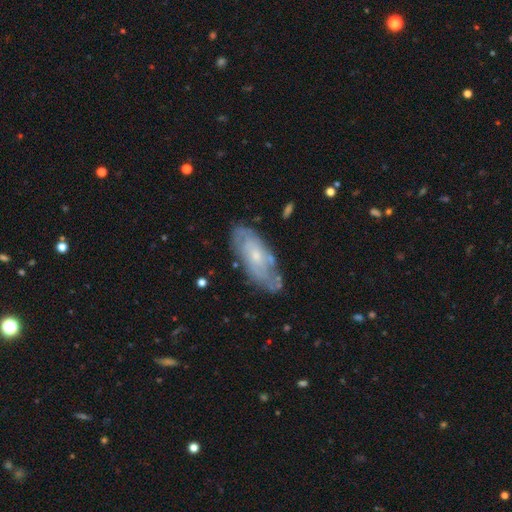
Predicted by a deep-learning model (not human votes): smooth-or-featured: featured or disk: 63% | smooth: 30% | star or artifact: 7%
  disk-edge-on: no: 86% | yes: 14%
    bar: no: 76% | weak: 20% | strong: 4%
    has-spiral-arms: yes: 72% | no: 28%
    bulge-size: small: 69% | moderate: 25% | none: 3% | large: 2% | dominant: 1%
  merging: none: 72% | minor disturbance: 20% | major disturbance: 5% | merger: 3%